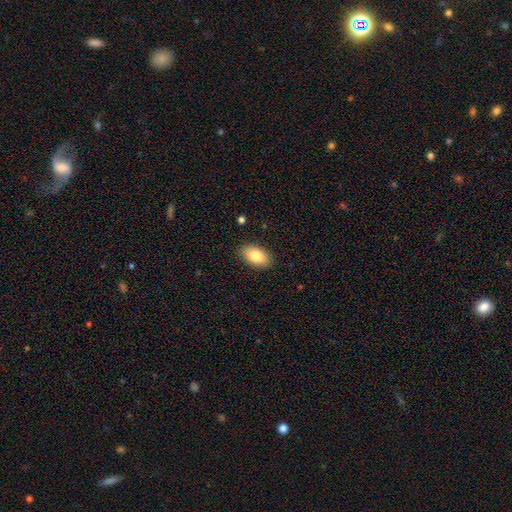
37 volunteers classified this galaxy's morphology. smooth 78%, featured or disk 14%, star or artifact 8%. Down the decision tree: how rounded — in between (90%); merging — none (97%).